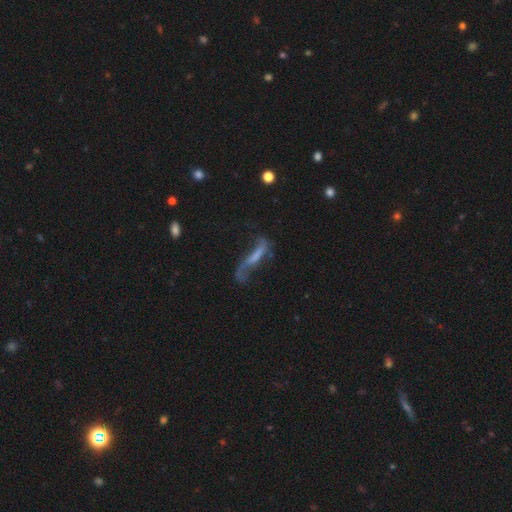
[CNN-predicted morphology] Smooth or featured? featured or disk (63%)
Edge-on disk? no (67%)
Merging? none (43%)